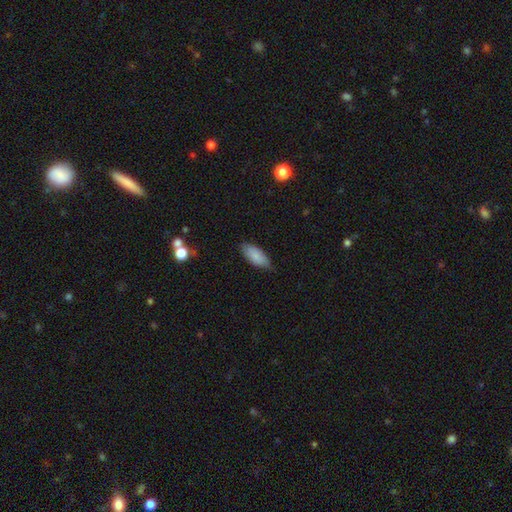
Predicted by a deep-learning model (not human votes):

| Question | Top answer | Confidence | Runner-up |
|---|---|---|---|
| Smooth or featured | smooth | 86% | featured or disk (7%) |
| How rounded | in between | 83% | cigar-shaped (16%) |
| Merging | none | 77% | minor disturbance (19%) |